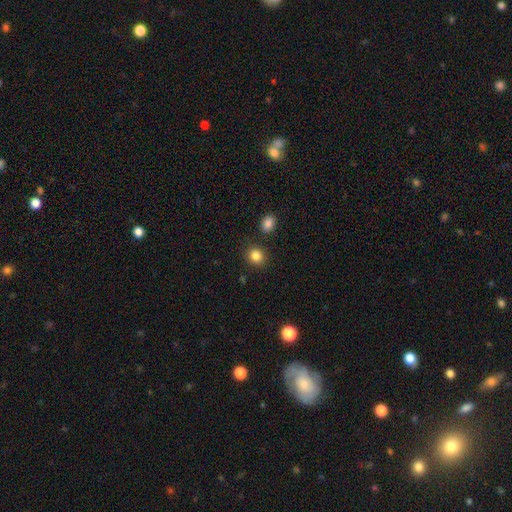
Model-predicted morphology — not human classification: type=smooth (85%); roundness=round (77%); merging=none (85%).